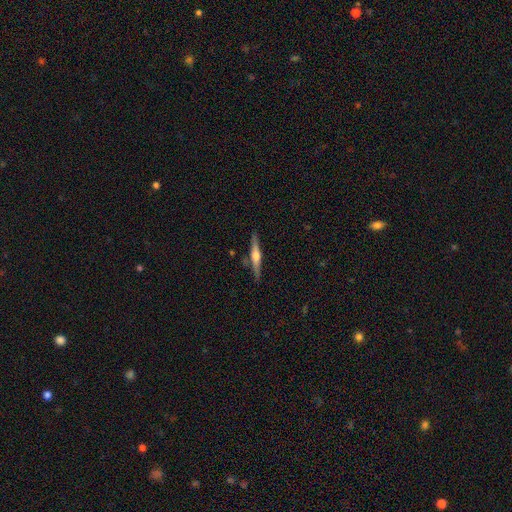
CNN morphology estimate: smooth_or_featured: featured or disk (p=0.71) [alt: smooth p=0.23]
disk_edge_on: yes (p=0.98) [alt: no p=0.02]
edge_on_bulge: rounded (p=0.85) [alt: boxy p=0.10]
merging: none (p=0.86) [alt: minor disturbance p=0.09]